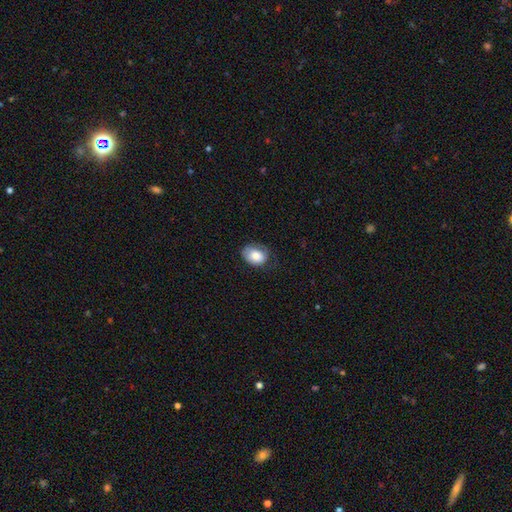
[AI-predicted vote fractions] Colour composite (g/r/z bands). It shows a smooth galaxy with no disk features (78%) that is in between round and cigar-shaped (71%). Merging: none (54%).